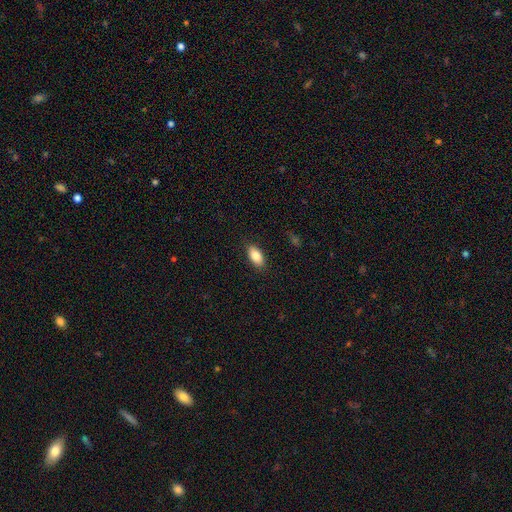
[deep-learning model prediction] Q: Smooth or featured?
A: smooth (85%); runner-up: featured or disk (8%)
Q: How rounded?
A: in between (91%); runner-up: cigar-shaped (5%)
Q: Merging?
A: none (87%); runner-up: minor disturbance (10%)